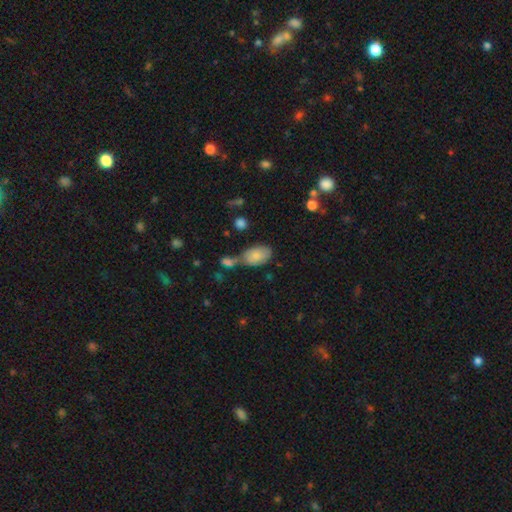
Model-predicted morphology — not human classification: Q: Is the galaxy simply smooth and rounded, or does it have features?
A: smooth — 81%.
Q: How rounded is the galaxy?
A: in between — 91%.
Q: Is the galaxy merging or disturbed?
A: none — 48%.